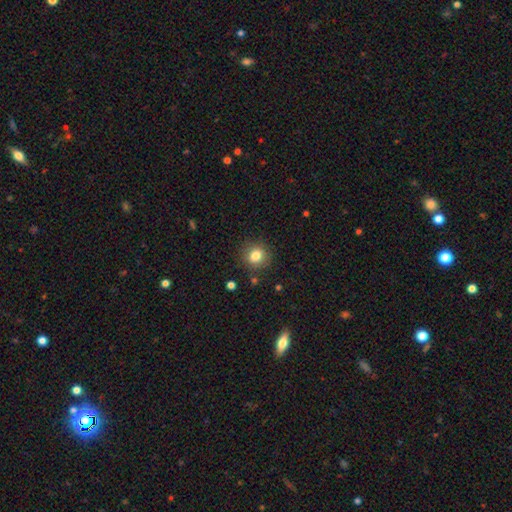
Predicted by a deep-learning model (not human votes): This appears to be a smooth galaxy with no disk features (83%) that is round (82%). Merging: none (87%).